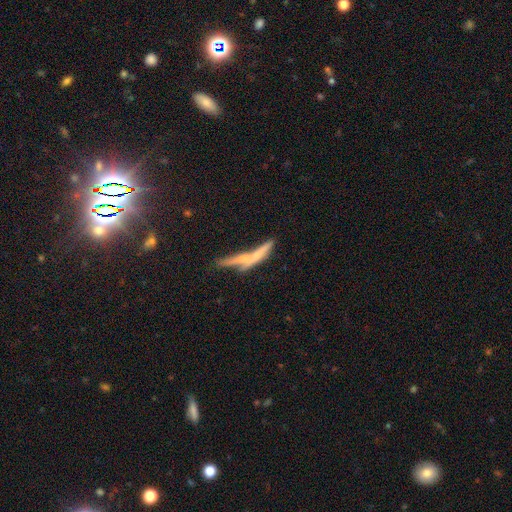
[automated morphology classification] This is possibly a smooth galaxy (47%). Merging: marginally none (42%).